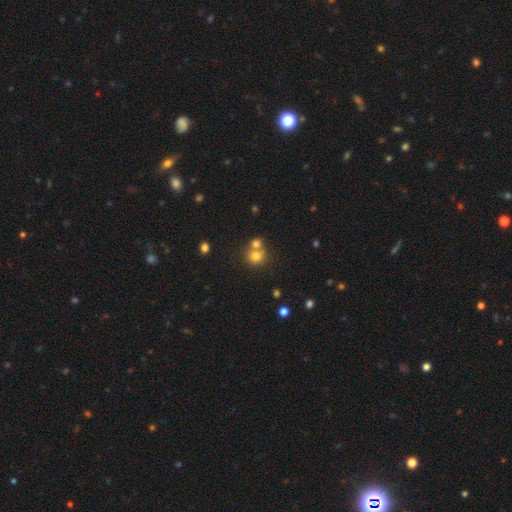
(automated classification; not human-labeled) Overall: smooth (75%). How rounded: round (86%). Merging: none (46%; merger 43%).